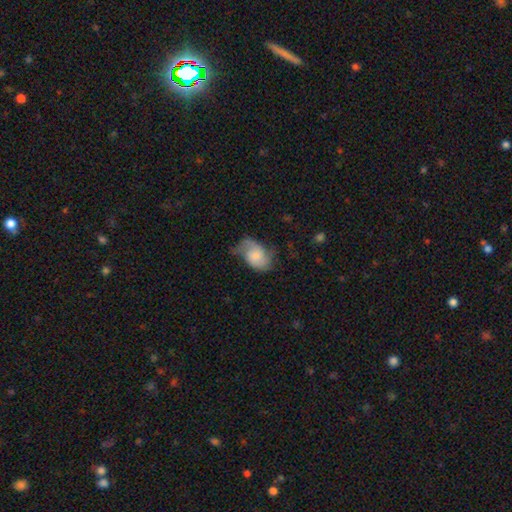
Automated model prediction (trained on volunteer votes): Overall: featured or disk (58%; smooth 35%). Edge-on disk: no (97%). Bar: no (68%). Spiral arms: yes (90%). Spiral arm count: 2 (76%). Spiral winding: loose (42%; medium 40%). Bulge size: small (35%, tied with moderate). Merging: none (44%; minor disturbance 32%).